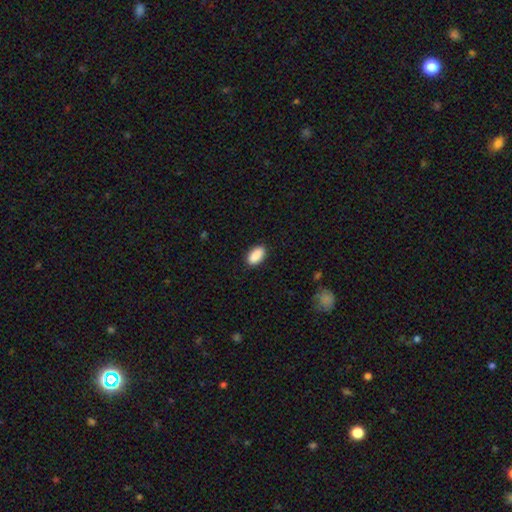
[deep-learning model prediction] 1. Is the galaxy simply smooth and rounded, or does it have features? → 90% smooth, 7% star or artifact, 3% featured or disk.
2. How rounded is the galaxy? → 92% in between, 5% cigar-shaped, 3% round.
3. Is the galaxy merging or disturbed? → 87% none, 10% minor disturbance, 2% major disturbance, 1% merger.